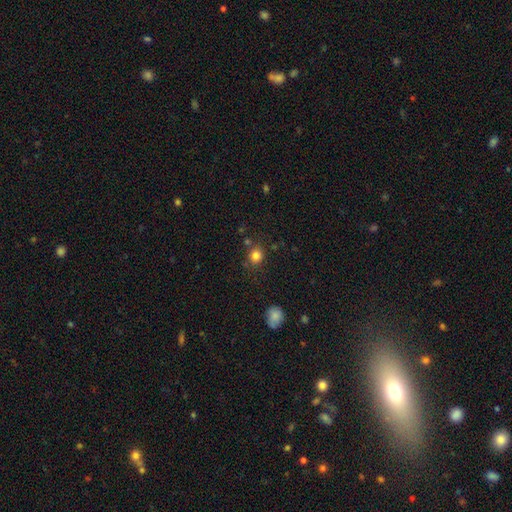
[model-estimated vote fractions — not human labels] The model was most divided on "how rounded": round: 82%, in between: 17%, cigar-shaped: 1%. More confident: smooth or featured — smooth (82%); merging — none (80%).